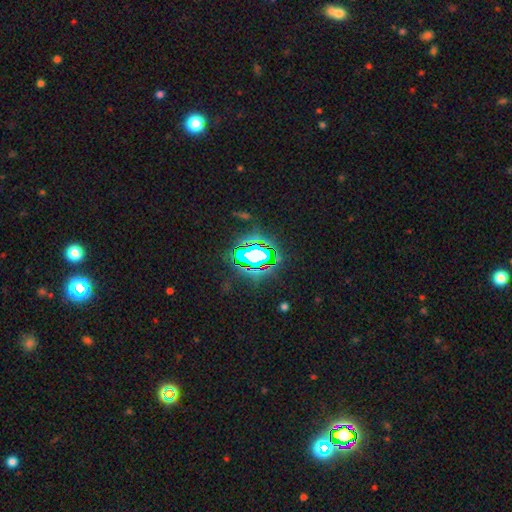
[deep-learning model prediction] This is likely a star or artifact rather than a galaxy (66%).